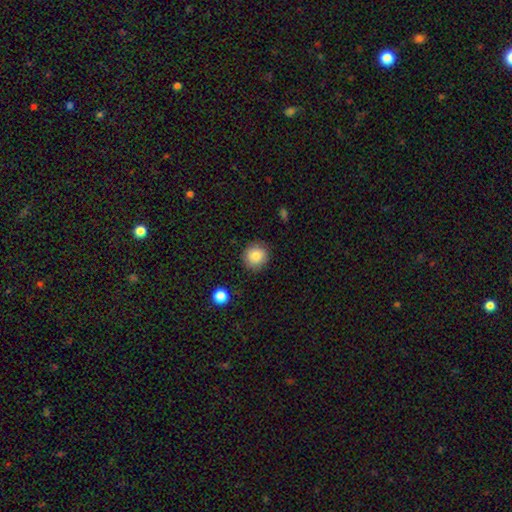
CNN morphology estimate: Smooth or featured? Predicted: smooth (p=0.83). How rounded? Predicted: round (p=0.91). Merging? Predicted: none (p=0.87).